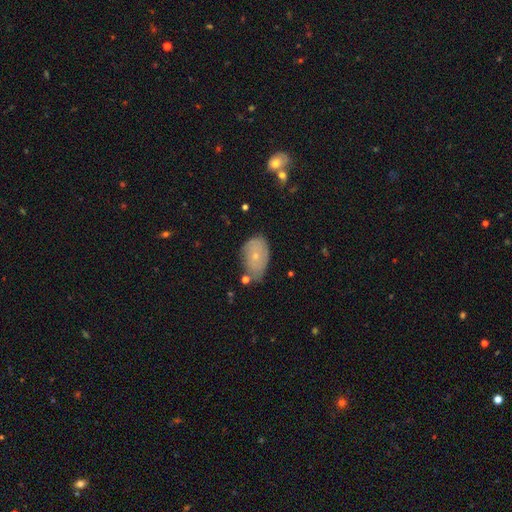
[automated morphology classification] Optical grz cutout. It shows a smooth galaxy with no disk features (57%) that is in between round and cigar-shaped (88%). Merging: none (59%).